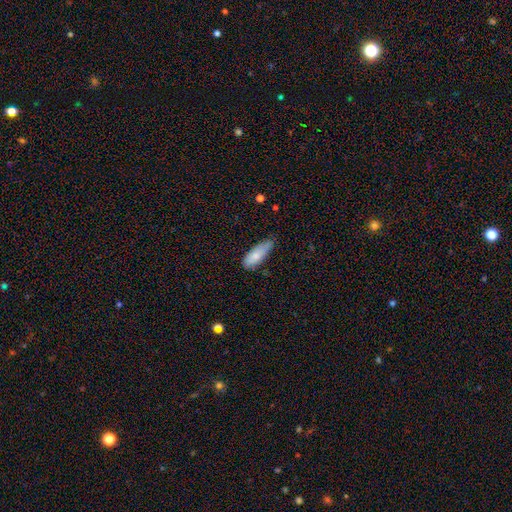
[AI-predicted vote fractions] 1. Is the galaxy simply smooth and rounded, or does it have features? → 81% smooth, 13% featured or disk, 6% star or artifact.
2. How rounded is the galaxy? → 71% in between, 27% cigar-shaped, 2% round.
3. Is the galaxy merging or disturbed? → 52% none, 40% minor disturbance, 6% major disturbance, 2% merger.